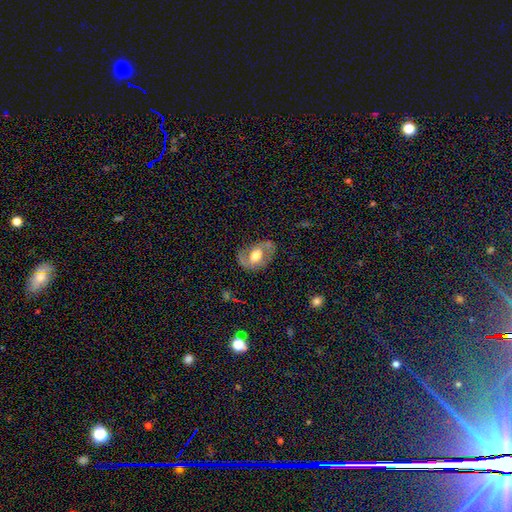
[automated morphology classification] A featured or disk galaxy (65%) with no bar (55%), spiral arms (69%) and a moderate central bulge (55%). Merging: none (68%).